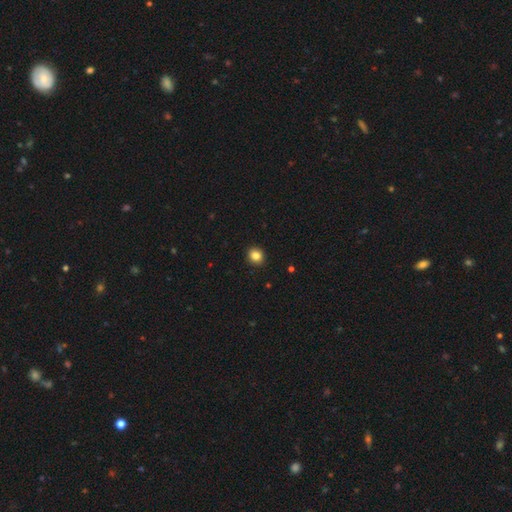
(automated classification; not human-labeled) smooth_or_featured: smooth (p=0.85) [alt: star or artifact p=0.11]
how_rounded: round (p=0.81) [alt: in between p=0.18]
merging: none (p=0.92) [alt: minor disturbance p=0.05]